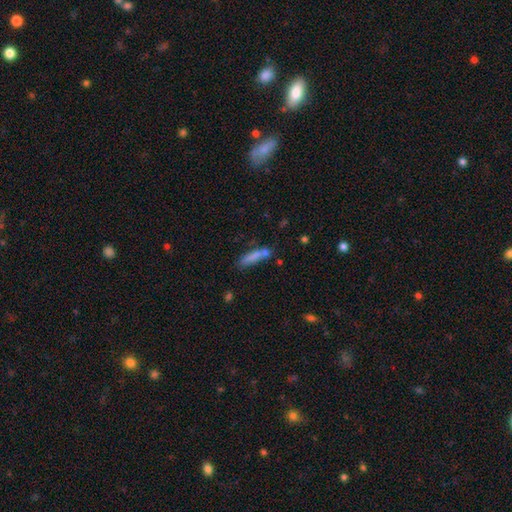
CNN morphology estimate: The model was most divided on "merging": none: 59%, minor disturbance: 18%, merger: 17%, major disturbance: 6%. More confident: how rounded — cigar-shaped (79%); smooth or featured — smooth (75%).